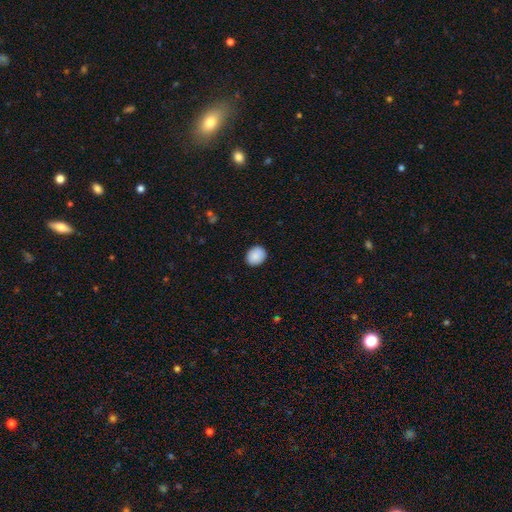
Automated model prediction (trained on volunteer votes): Morphology: type=smooth (89%); roundness=round (57%); merging=none (89%).